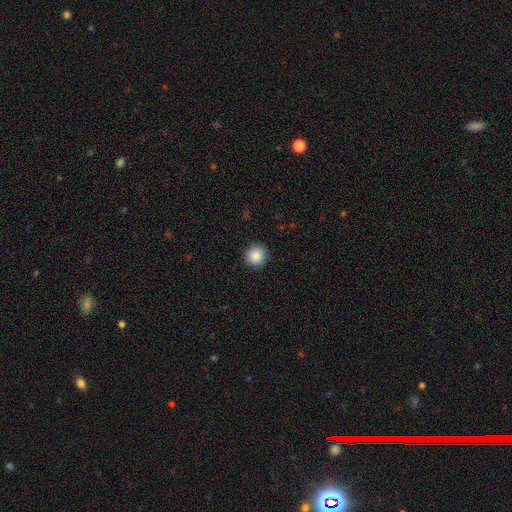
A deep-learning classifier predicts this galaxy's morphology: smooth-or-featured: smooth: 88% | star or artifact: 9% | featured or disk: 3%
  how-rounded: round: 95% | in between: 4% | cigar-shaped: 1%
  merging: none: 92% | minor disturbance: 5% | major disturbance: 2% | merger: 1%